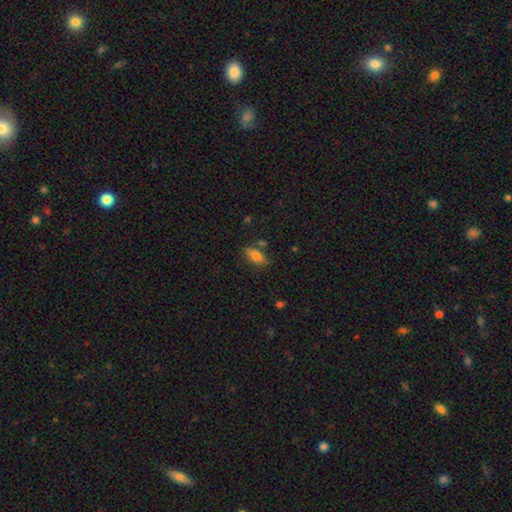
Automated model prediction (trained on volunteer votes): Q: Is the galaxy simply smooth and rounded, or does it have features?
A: smooth — 74%.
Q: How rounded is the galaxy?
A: in between — 78%.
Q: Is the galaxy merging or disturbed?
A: none — 72%.